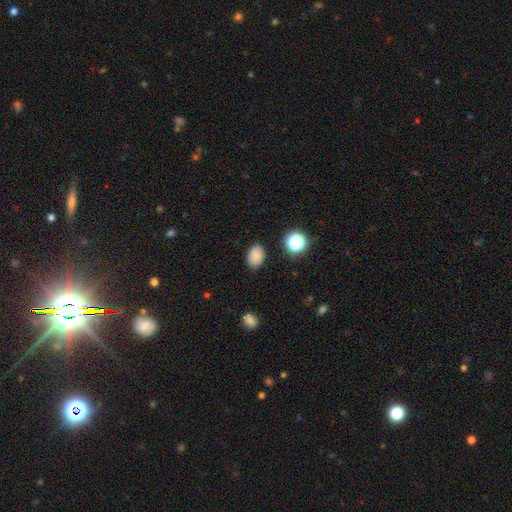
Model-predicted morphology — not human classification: smooth 82%, star or artifact 11%, featured or disk 7%. Down the decision tree: how rounded — in between (80%); merging — none (84%).